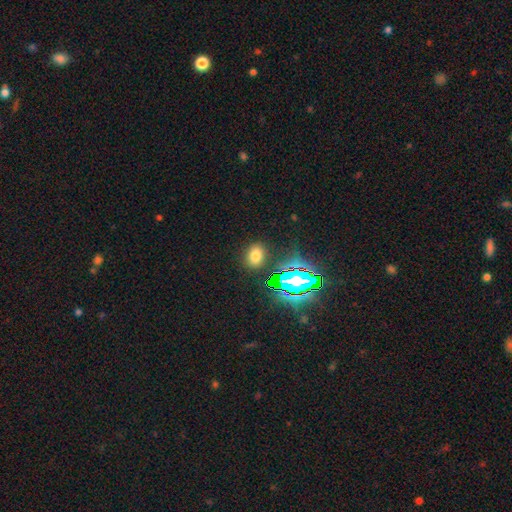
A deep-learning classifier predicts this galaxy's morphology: A smooth galaxy with no disk features (67%) that is in between round and cigar-shaped (68%).

Vote fractions:
- Smooth or featured? smooth: 67% / star or artifact: 25% / featured or disk: 8%
- How rounded? in between: 68% / round: 30% / cigar-shaped: 1%
- Merging? none: 86% / minor disturbance: 8% / major disturbance: 3% / merger: 2%